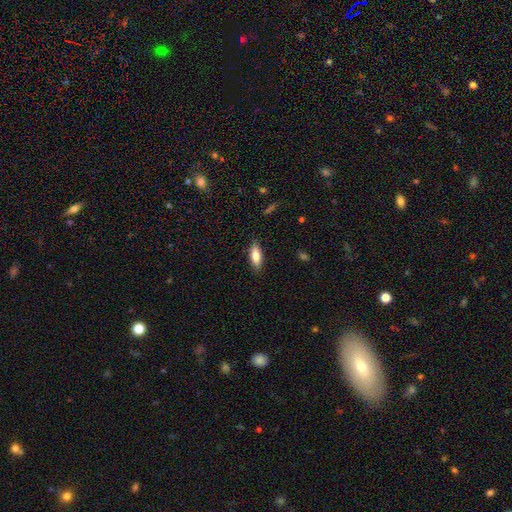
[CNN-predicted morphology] Smooth or featured? Predicted: smooth (p=0.81). How rounded? Predicted: in between (p=0.68). Merging? Predicted: none (p=0.85).